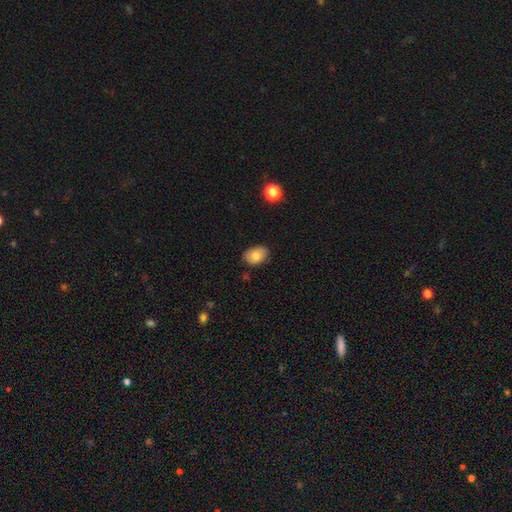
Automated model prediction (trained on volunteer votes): A smooth galaxy with no disk features (80%) that is in between round and cigar-shaped (81%). Merging: none (80%).